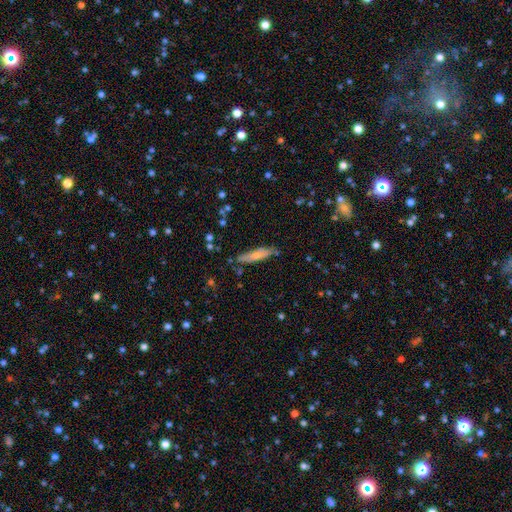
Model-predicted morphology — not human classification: This appears to be a smooth galaxy with no disk features (55%) that is cigar-shaped (83%). Merging: none (80%).